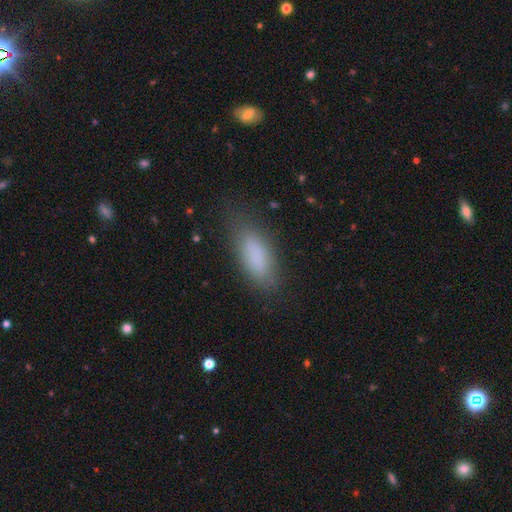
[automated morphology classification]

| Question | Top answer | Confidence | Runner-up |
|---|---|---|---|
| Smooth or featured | smooth | 85% | star or artifact (8%) |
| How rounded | in between | 78% | cigar-shaped (20%) |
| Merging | none | 77% | minor disturbance (16%) |